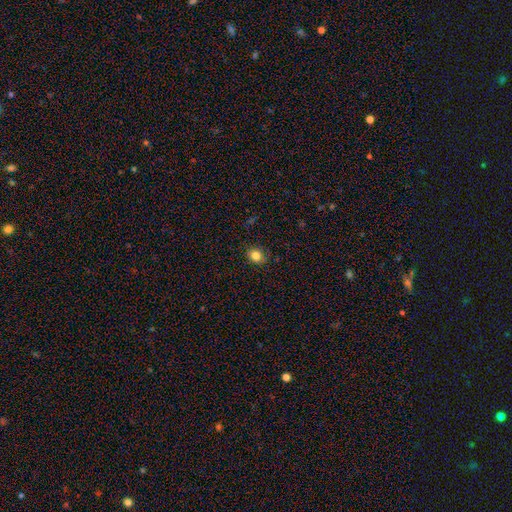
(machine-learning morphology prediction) The model was most divided on "how rounded": round: 67%, in between: 32%, cigar-shaped: 1%. More confident: merging — none (86%); smooth or featured — smooth (83%).